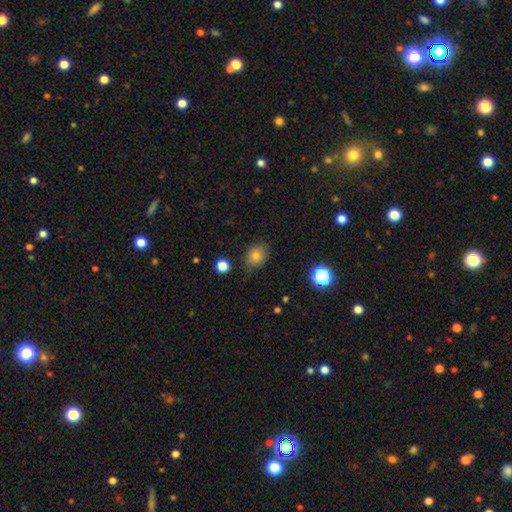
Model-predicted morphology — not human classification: smooth_or_featured: smooth (p=0.78) [alt: star or artifact p=0.13]
how_rounded: in between (p=0.56) [alt: round p=0.43]
merging: none (p=0.77) [alt: minor disturbance p=0.17]